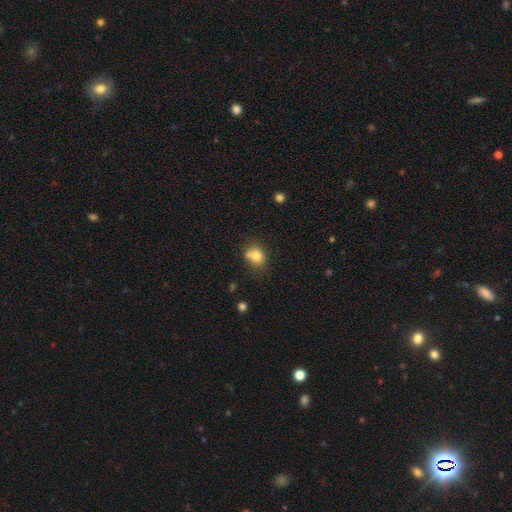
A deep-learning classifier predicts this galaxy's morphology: smooth_or_featured: smooth (p=0.79) [alt: star or artifact p=0.11]
how_rounded: round (p=0.62) [alt: in between p=0.37]
merging: none (p=0.58) [alt: minor disturbance p=0.19]